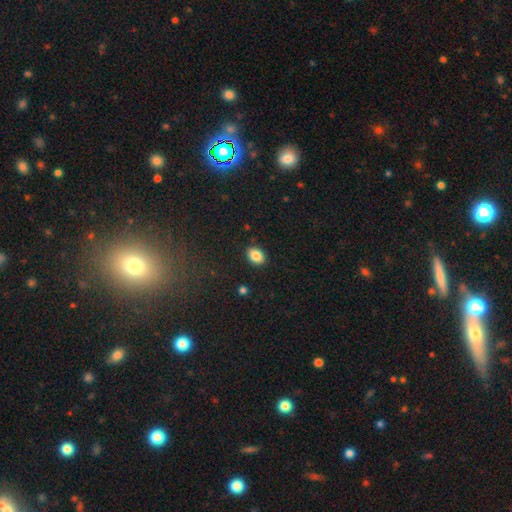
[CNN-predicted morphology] Smooth or featured? smooth (85%)
How rounded? in between (75%)
Merging? none (89%)